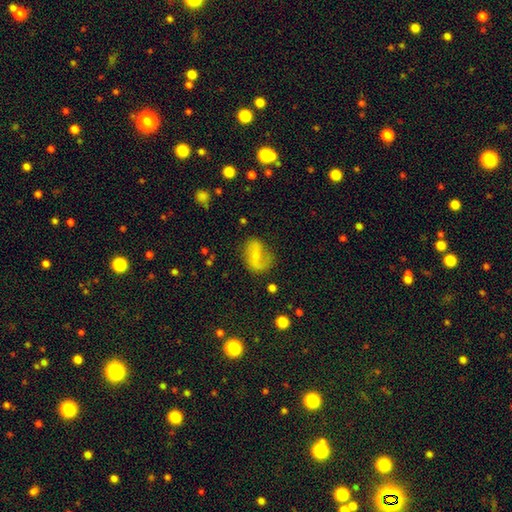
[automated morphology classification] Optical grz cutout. It shows a featured or disk galaxy (50%). Merging: none (54%).